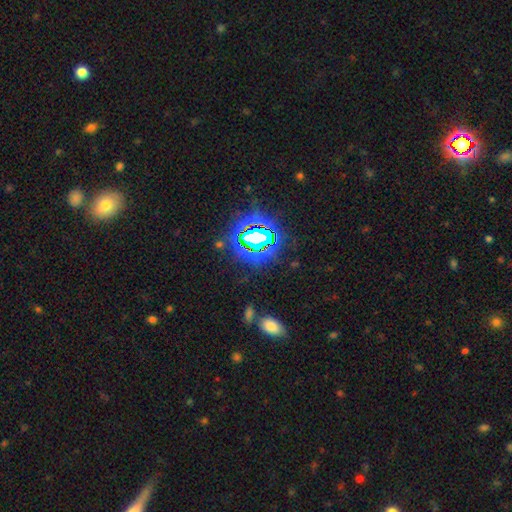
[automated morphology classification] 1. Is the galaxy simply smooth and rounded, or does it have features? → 79% star or artifact, 13% smooth, 8% featured or disk.